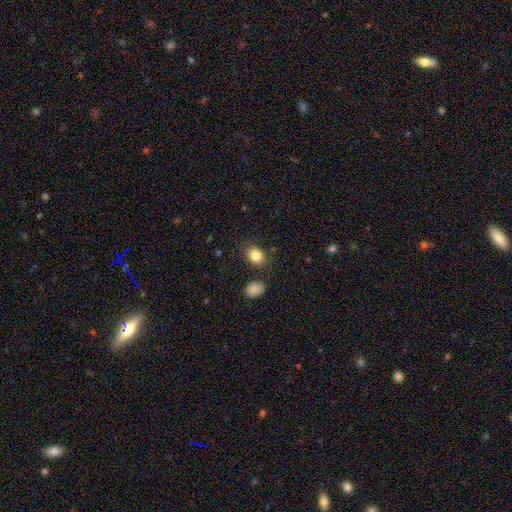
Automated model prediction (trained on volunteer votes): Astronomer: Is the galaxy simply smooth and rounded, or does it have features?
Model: smooth — 84%.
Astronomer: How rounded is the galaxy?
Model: in between — 57% (runner-up: round, 42%).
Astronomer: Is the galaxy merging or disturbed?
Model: none — 80%.